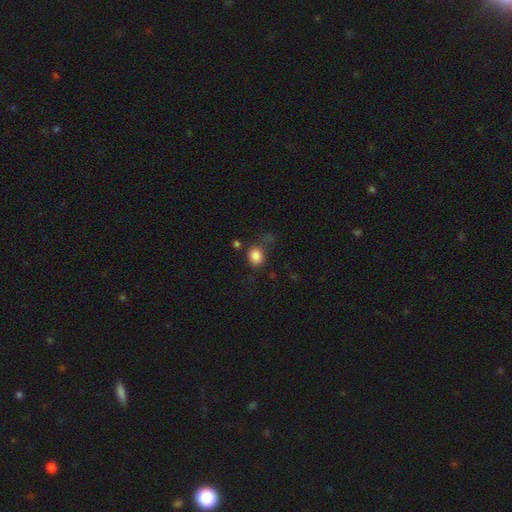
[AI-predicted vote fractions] Smooth or featured?
  - smooth: 84% *
  - star or artifact: 11%
  - featured or disk: 5%
How rounded?
  - round: 69% *
  - in between: 30%
  - cigar-shaped: 1%
Merging?
  - none: 66% *
  - minor disturbance: 18%
  - major disturbance: 9%
  - merger: 7%